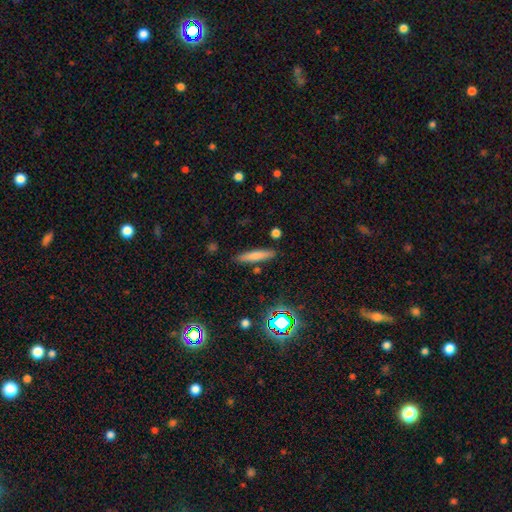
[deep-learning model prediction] smooth 73%, featured or disk 17%, star or artifact 10%. Down the decision tree: how rounded — cigar-shaped (88%); merging — none (86%).